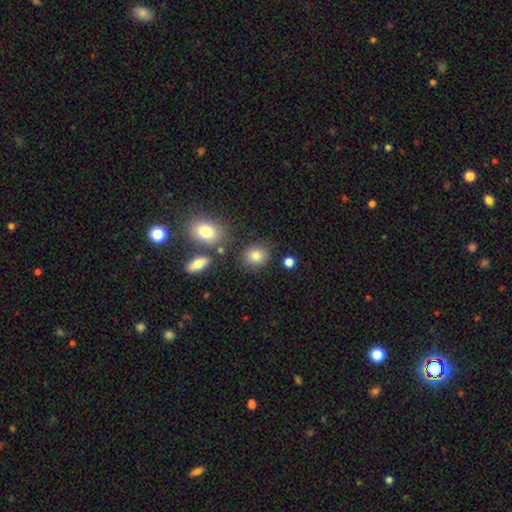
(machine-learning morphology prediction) smooth 82%, star or artifact 11%, featured or disk 7%. Down the decision tree: how rounded — round (69%); merging — none (81%).